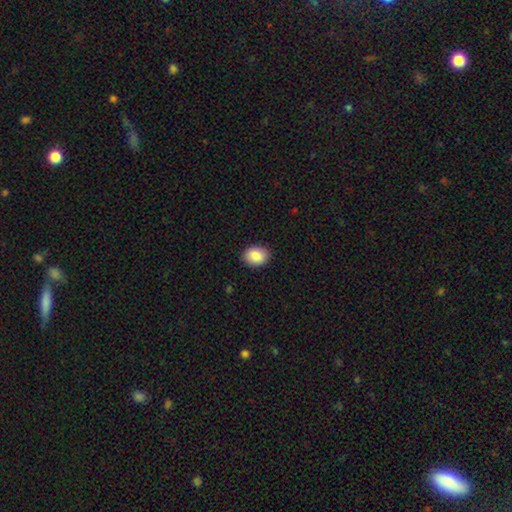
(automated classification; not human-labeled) Smooth or featured? Predicted: smooth (p=0.87). How rounded? Predicted: in between (p=0.63). Merging? Predicted: none (p=0.89).